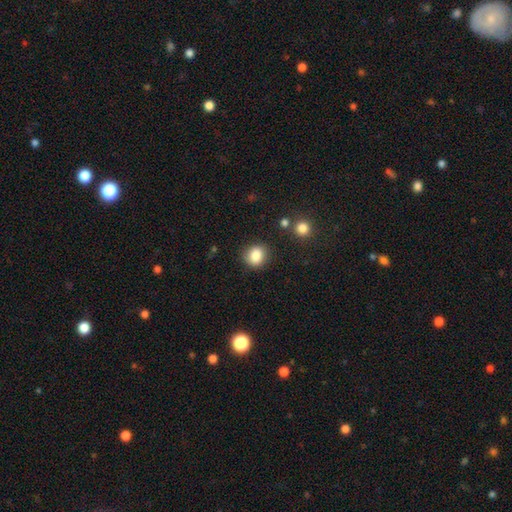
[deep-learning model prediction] Overall: smooth (85%). How rounded: round (75%). Merging: none (83%).